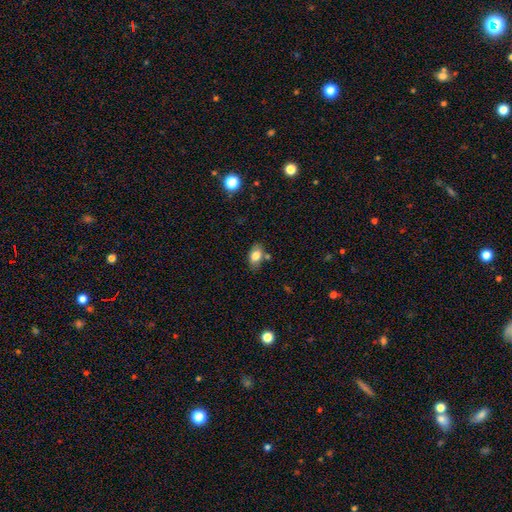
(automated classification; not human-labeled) Morphology: type=smooth (79%); roundness=in between (87%); merging=none (71%).